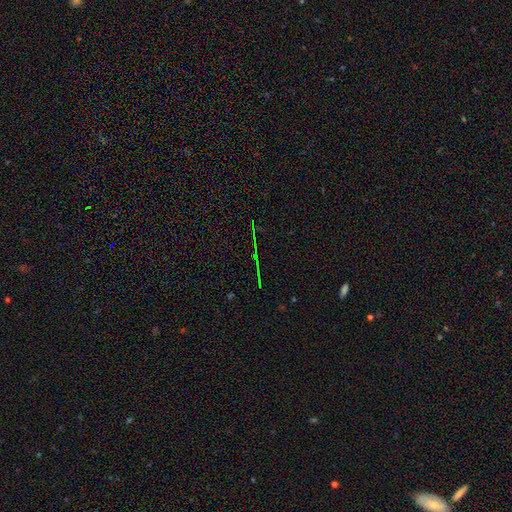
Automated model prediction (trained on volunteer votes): This is likely a star or artifact rather than a galaxy (77%).